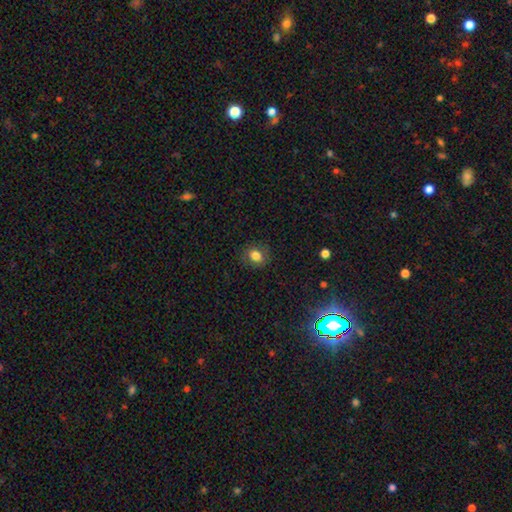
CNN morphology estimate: Smooth or featured? Predicted: smooth (p=0.81). How rounded? Predicted: round (p=0.57). Merging? Predicted: none (p=0.85).